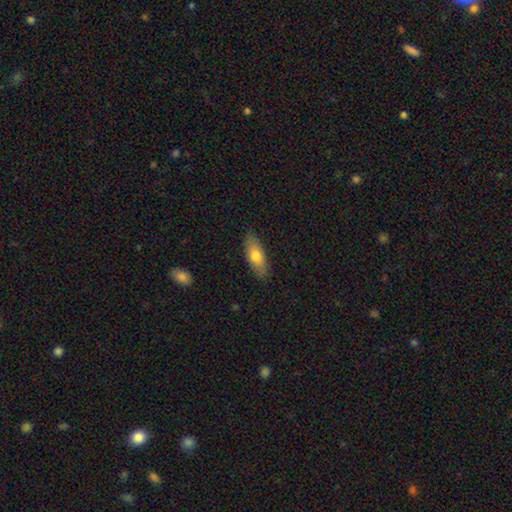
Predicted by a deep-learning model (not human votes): Morphology: type=smooth (74%); roundness=in between (74%); merging=none (85%).